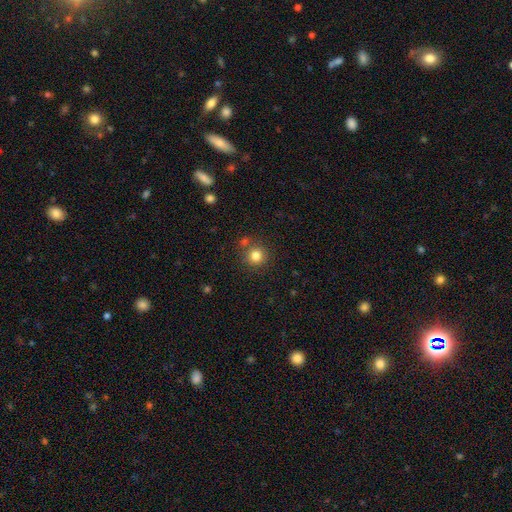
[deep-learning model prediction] A smooth galaxy with no disk features (81%) that is round (94%).

Vote fractions:
- Smooth or featured? smooth: 81% / star or artifact: 12% / featured or disk: 6%
- How rounded? round: 94% / in between: 5% / cigar-shaped: 1%
- Merging? none: 79% / merger: 10% / minor disturbance: 8% / major disturbance: 3%